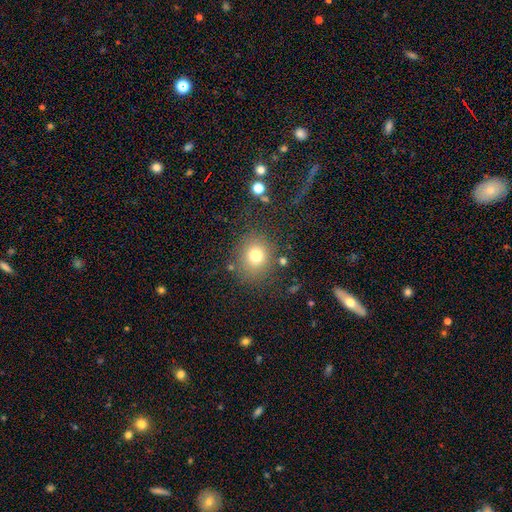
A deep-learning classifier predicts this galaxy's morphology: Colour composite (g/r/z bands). It shows a smooth galaxy with no disk features (75%) that is round (79%). Merging: none (79%).